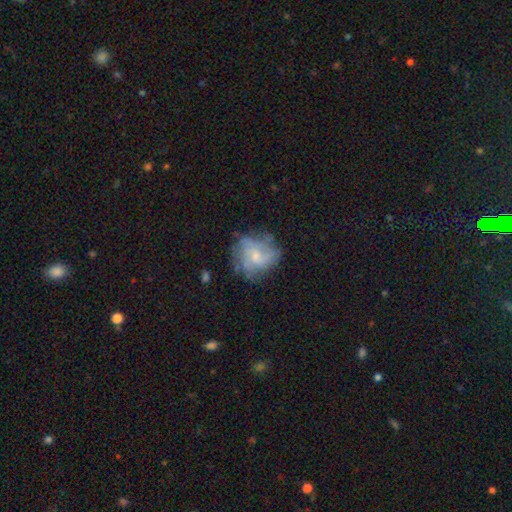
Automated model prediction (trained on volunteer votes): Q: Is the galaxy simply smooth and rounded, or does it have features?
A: featured or disk — 62%.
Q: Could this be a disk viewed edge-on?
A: no — 98%.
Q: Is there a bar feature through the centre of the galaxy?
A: no — 74%.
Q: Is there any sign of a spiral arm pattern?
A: yes — 72%.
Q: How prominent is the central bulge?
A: small — 55%.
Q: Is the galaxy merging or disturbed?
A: none — 57%.